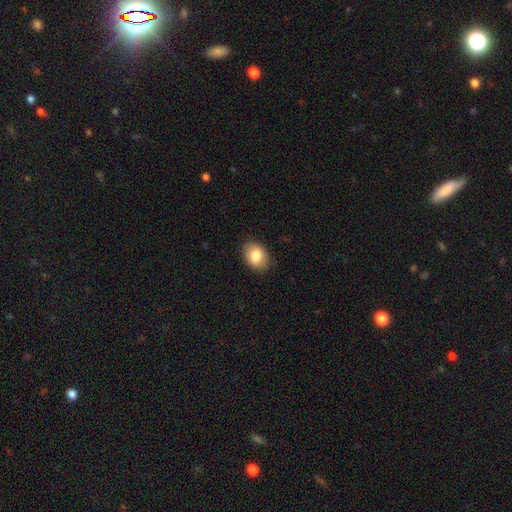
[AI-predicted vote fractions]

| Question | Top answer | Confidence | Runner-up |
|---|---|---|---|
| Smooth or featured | smooth | 83% | featured or disk (10%) |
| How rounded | in between | 72% | round (27%) |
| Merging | none | 85% | minor disturbance (11%) |